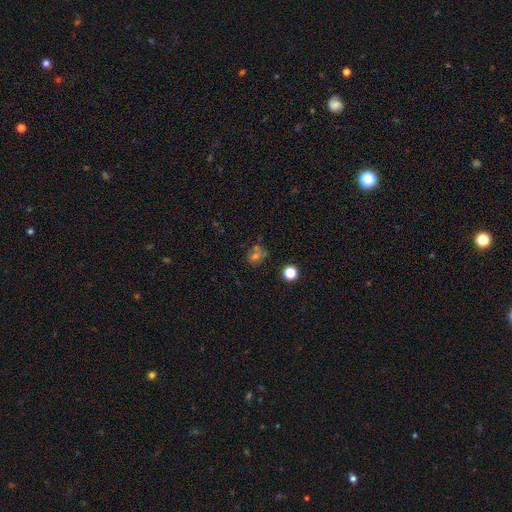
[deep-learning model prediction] This appears to be a smooth galaxy with no disk features (52%) that is round (71%). Merging: none (64%).